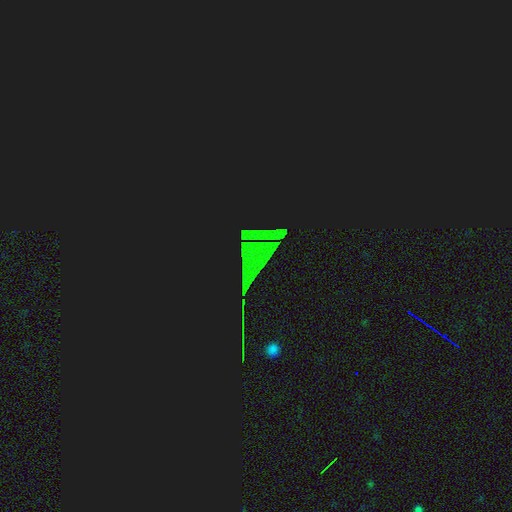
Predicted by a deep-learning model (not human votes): A star or artifact, not a galaxy (78%).